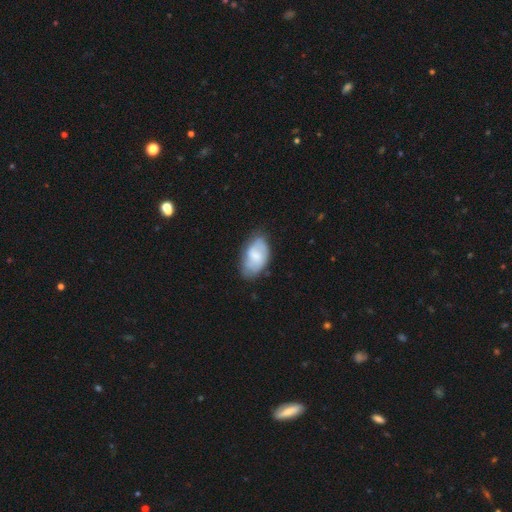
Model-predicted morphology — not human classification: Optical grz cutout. It shows a smooth galaxy with no disk features (56%) that is in between round and cigar-shaped (92%). Merging: none (62%).